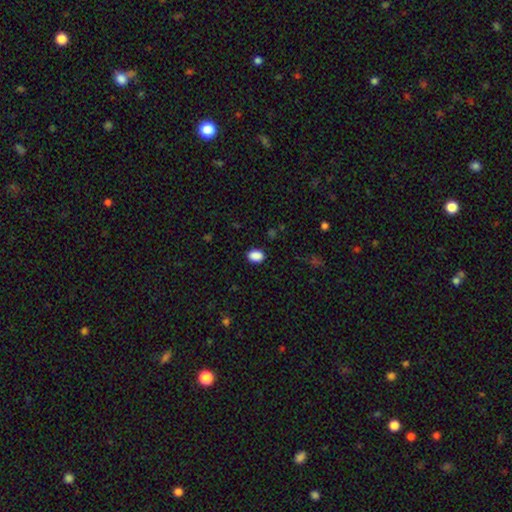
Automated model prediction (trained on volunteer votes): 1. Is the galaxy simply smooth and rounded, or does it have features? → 89% smooth, 9% star or artifact, 2% featured or disk.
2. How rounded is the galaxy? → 76% in between, 23% round, 1% cigar-shaped.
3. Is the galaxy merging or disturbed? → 88% none, 9% minor disturbance, 2% major disturbance, 1% merger.